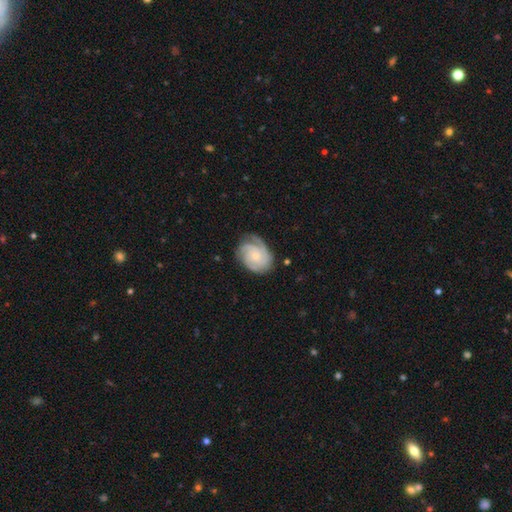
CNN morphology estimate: Overall: featured or disk (79%). Edge-on disk: no (98%). Bar: no (77%). Spiral arms: yes (96%). Spiral arm count: 3 (38%; 2 21%). Spiral winding: tight (63%; medium 30%). Bulge size: small (70%). Merging: none (67%).